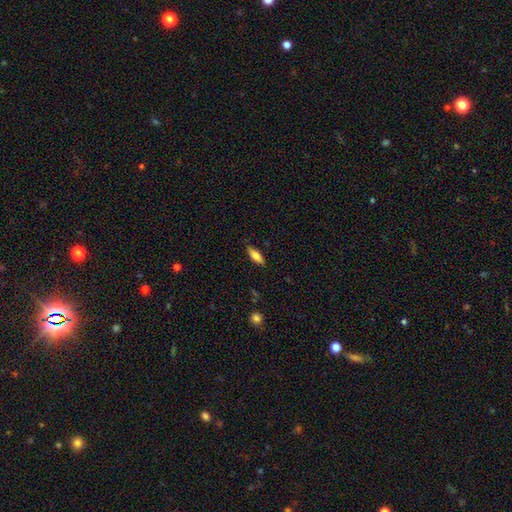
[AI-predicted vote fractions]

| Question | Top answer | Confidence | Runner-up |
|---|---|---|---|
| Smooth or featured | smooth | 73% | featured or disk (20%) |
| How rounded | in between | 65% | cigar-shaped (33%) |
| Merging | none | 86% | minor disturbance (11%) |